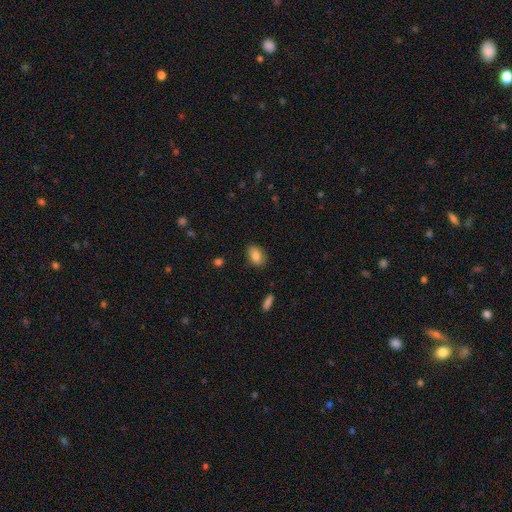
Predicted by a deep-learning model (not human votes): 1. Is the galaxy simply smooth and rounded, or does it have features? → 83% smooth, 9% featured or disk, 8% star or artifact.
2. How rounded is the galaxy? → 83% in between, 15% round, 2% cigar-shaped.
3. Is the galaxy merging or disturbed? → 84% none, 12% minor disturbance, 3% major disturbance, 1% merger.